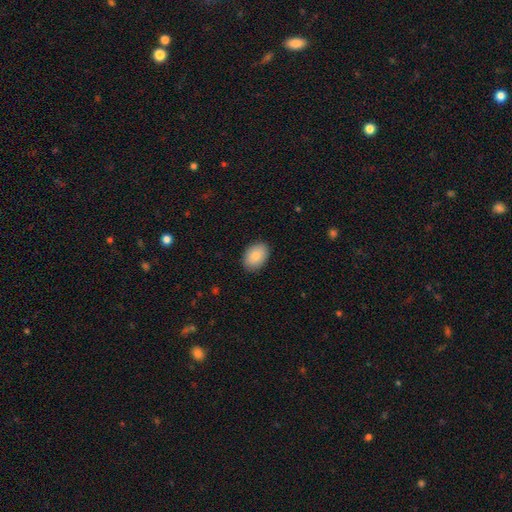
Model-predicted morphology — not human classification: A smooth galaxy with no disk features (86%) that is in between round and cigar-shaped (83%). Merging: none (89%).